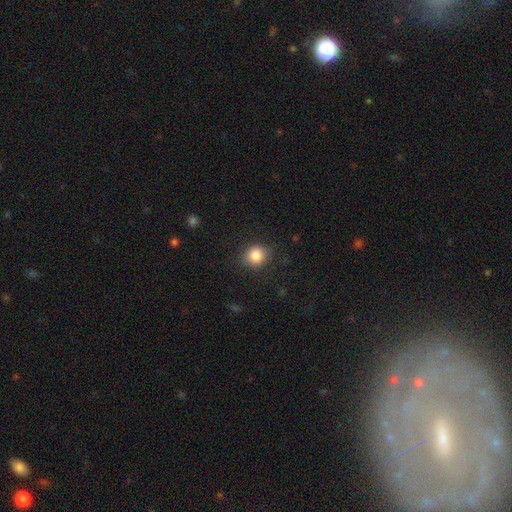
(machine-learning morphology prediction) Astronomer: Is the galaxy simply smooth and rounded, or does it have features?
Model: smooth — 85%.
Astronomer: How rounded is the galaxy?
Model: round — 77%.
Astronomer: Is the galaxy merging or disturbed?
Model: none — 83%.